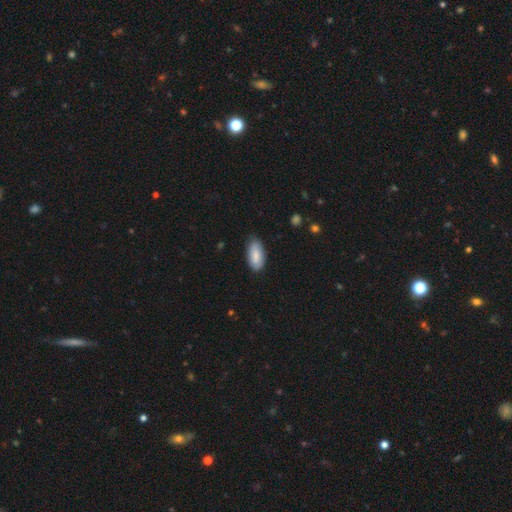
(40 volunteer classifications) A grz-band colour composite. It shows a smooth galaxy with no disk features (95%) that is in between round and cigar-shaped (89%). Merging: none (75%).